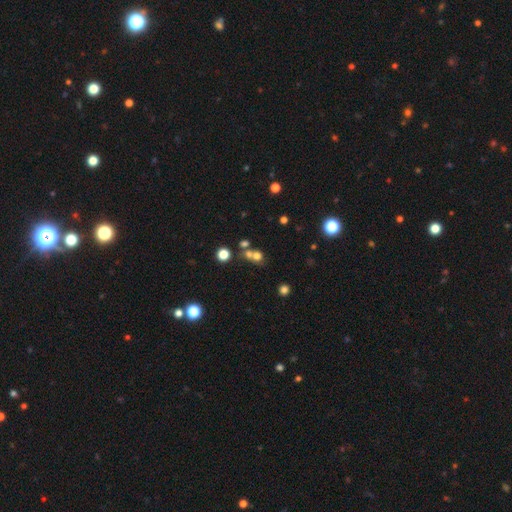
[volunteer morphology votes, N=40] A smooth galaxy with no disk features (82%) that is round (88%).

Vote fractions:
- Smooth or featured? smooth: 82% / star or artifact: 12% / featured or disk: 5%
- How rounded? round: 88% / in between: 12% / cigar-shaped: 0%
- Merging? merger: 63% / none: 23% / minor disturbance: 9% / major disturbance: 6%